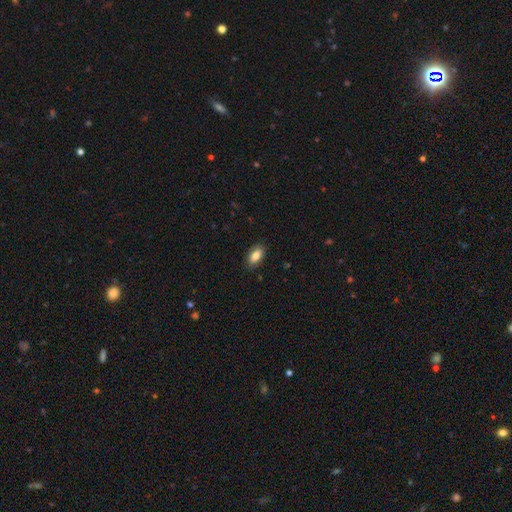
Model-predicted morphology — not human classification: This appears to be a smooth galaxy with no disk features (83%) that is in between round and cigar-shaped (91%). Merging: none (87%).